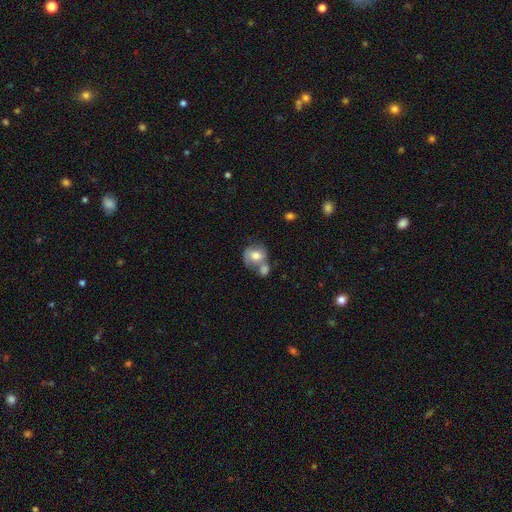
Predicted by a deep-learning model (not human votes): Smooth or featured? smooth (60%)
How rounded? round (67%)
Merging? merger (43%)